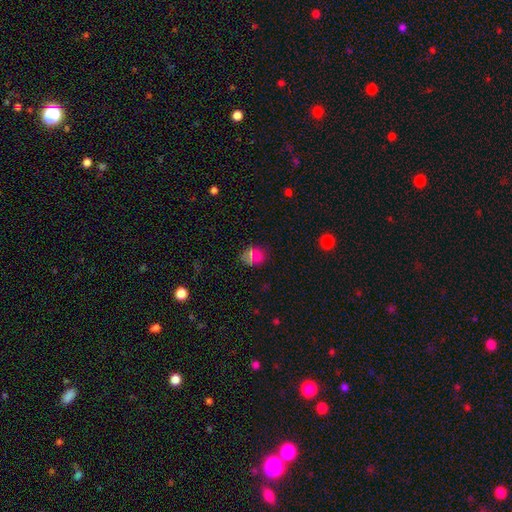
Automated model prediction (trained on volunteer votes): Q: Smooth or featured?
A: smooth (66%); runner-up: star or artifact (27%)
Q: How rounded?
A: round (59%); runner-up: in between (38%)
Q: Merging?
A: none (82%); runner-up: minor disturbance (11%)